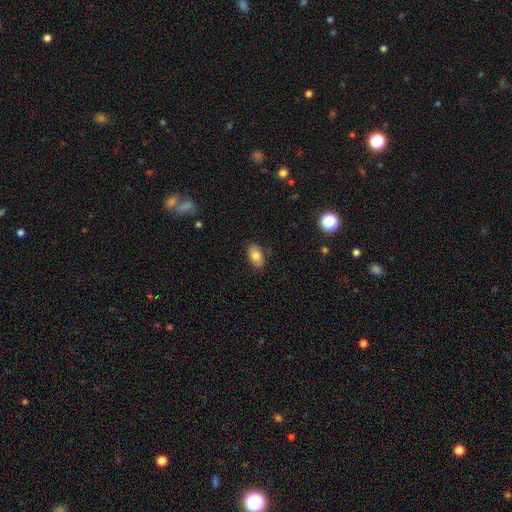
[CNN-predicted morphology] Smooth or featured?
  - smooth: 79% *
  - featured or disk: 13%
  - star or artifact: 8%
How rounded?
  - in between: 89% *
  - round: 9%
  - cigar-shaped: 2%
Merging?
  - none: 83% *
  - minor disturbance: 13%
  - major disturbance: 2%
  - merger: 1%